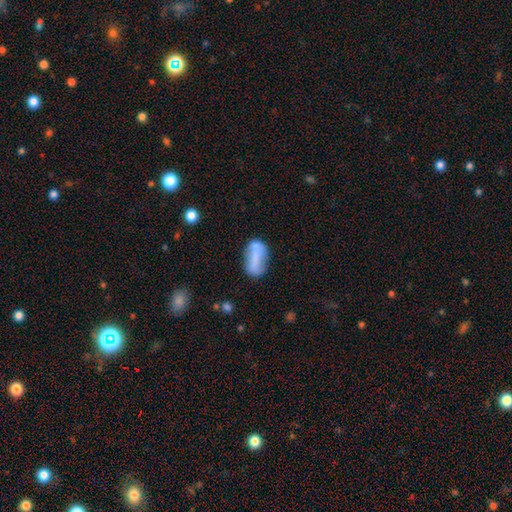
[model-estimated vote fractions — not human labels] This appears to be a smooth galaxy with no disk features (62%) that is in between round and cigar-shaped (83%). Merging: none (54%).